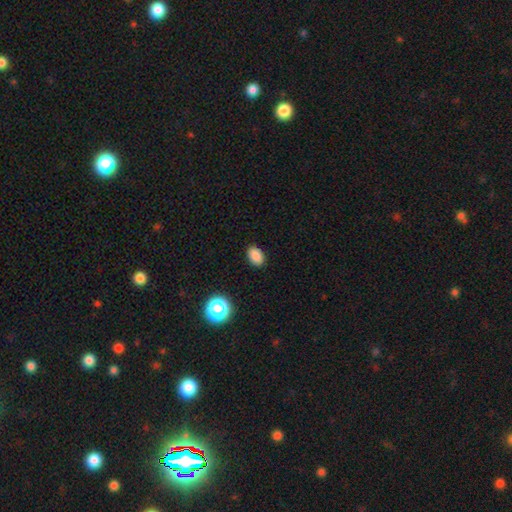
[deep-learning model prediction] smooth-or-featured: smooth: 85% | star or artifact: 11% | featured or disk: 4%
  how-rounded: in between: 84% | round: 15% | cigar-shaped: 1%
  merging: none: 88% | minor disturbance: 8% | major disturbance: 2% | merger: 1%